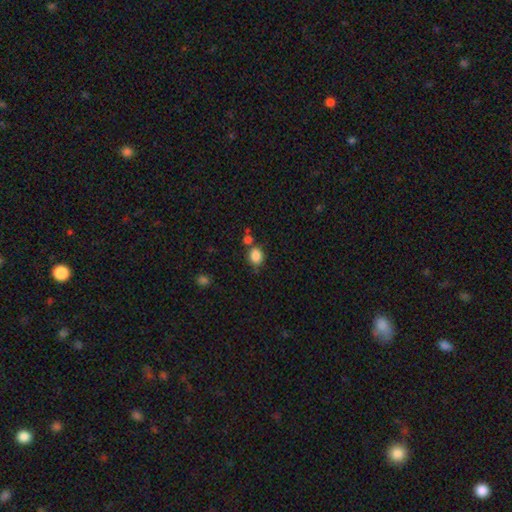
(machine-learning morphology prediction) A smooth galaxy with no disk features (86%) that is round (60%).

Vote fractions:
- Smooth or featured? smooth: 86% / star or artifact: 10% / featured or disk: 5%
- How rounded? round: 60% / in between: 39% / cigar-shaped: 1%
- Merging? none: 66% / minor disturbance: 16% / merger: 14% / major disturbance: 4%